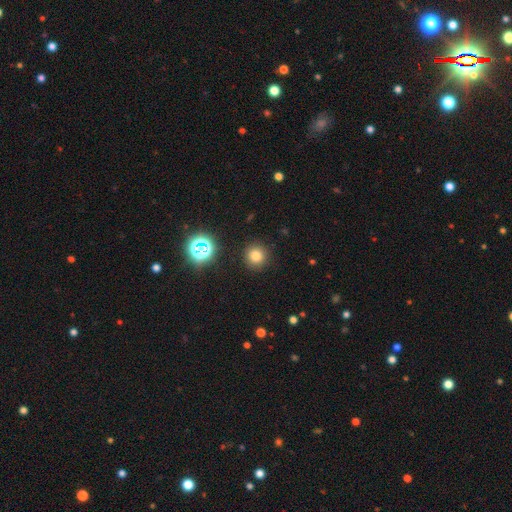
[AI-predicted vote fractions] This appears to be a smooth galaxy with no disk features (75%) that is round (93%). Merging: none (90%).